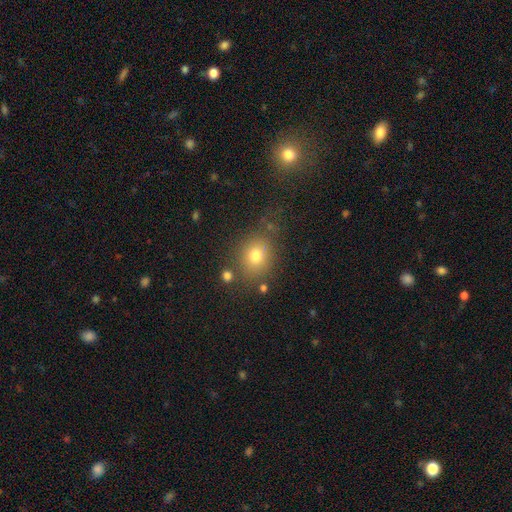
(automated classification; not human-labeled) Smooth or featured: smooth — 74% (star or artifact — 15%)
How rounded: round — 59% (in between — 40%)
Merging: none — 74% (minor disturbance — 14%)